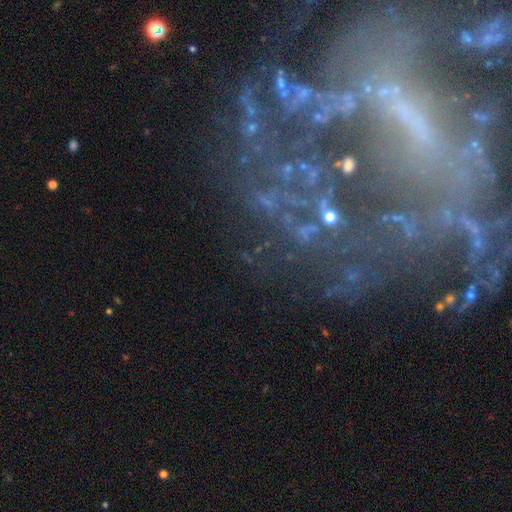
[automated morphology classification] Smooth or featured?
  - featured or disk: 67% *
  - star or artifact: 23%
  - smooth: 11%
Edge-on disk?
  - no: 94% *
  - yes: 6%
Bar?
  - no: 39% *
  - strong: 32%
  - weak: 29%
Spiral arms?
  - yes: 65% *
  - no: 35%
Bulge size?
  - small: 38% *
  - none: 34%
  - moderate: 21%
  - large: 5%
  - dominant: 3%
Merging?
  - none: 57% *
  - major disturbance: 23%
  - minor disturbance: 16%
  - merger: 5%